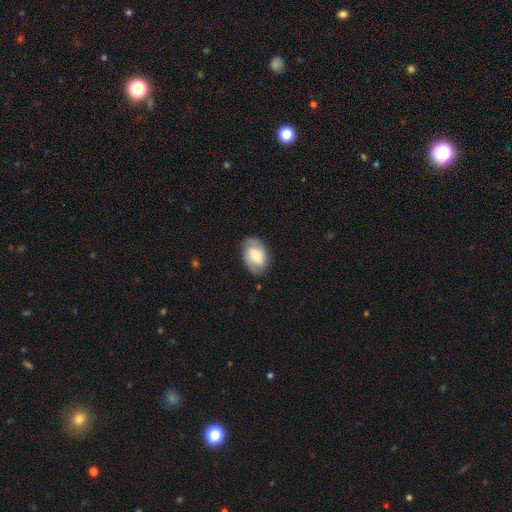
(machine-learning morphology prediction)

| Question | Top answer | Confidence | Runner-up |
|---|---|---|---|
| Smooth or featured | smooth | 47% | featured or disk (46%) |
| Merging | none | 79% | minor disturbance (16%) |